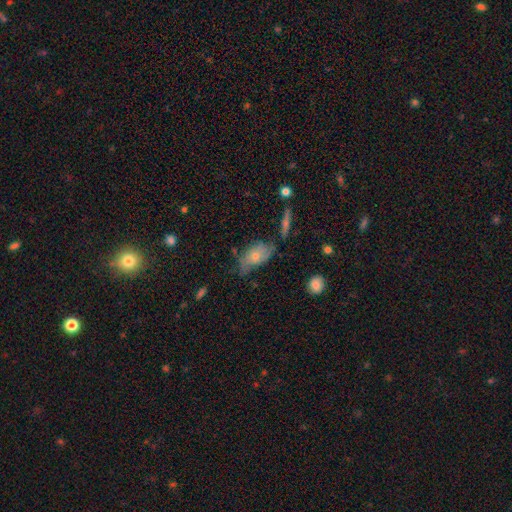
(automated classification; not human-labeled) Smooth or featured: smooth — 61% (featured or disk — 32%)
How rounded: in between — 89% (round — 6%)
Merging: none — 44% (minor disturbance — 36%)